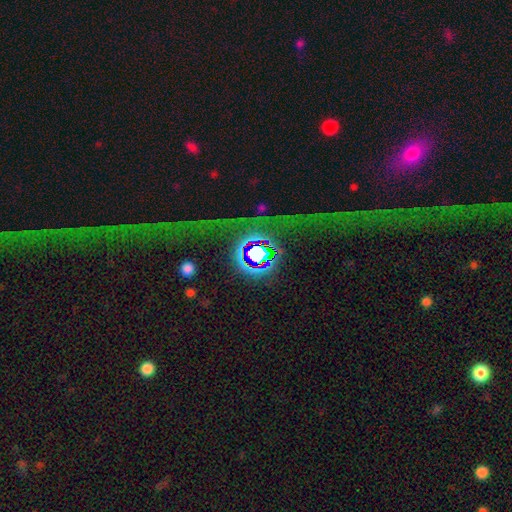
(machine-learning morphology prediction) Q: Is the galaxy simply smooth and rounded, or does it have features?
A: star or artifact — 72%.